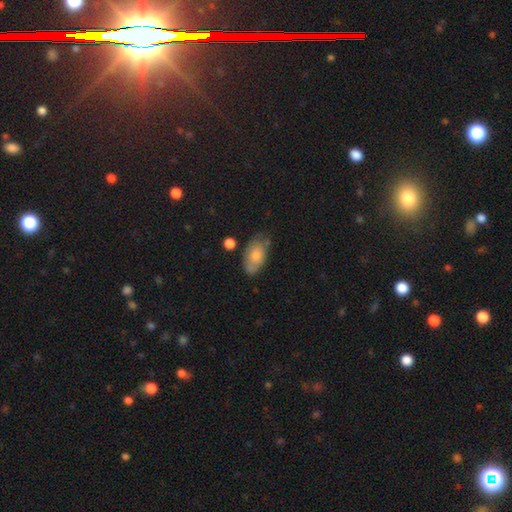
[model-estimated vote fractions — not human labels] The model was most divided on "merging": none: 59%, minor disturbance: 27%, major disturbance: 7%, merger: 7%. More confident: how rounded — in between (92%); smooth or featured — smooth (75%).